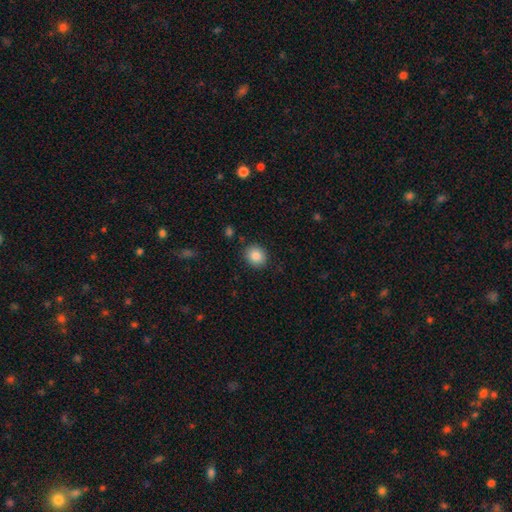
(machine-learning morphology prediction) Smooth or featured: smooth — 86% (star or artifact — 9%)
How rounded: round — 75% (in between — 24%)
Merging: none — 88% (minor disturbance — 8%)